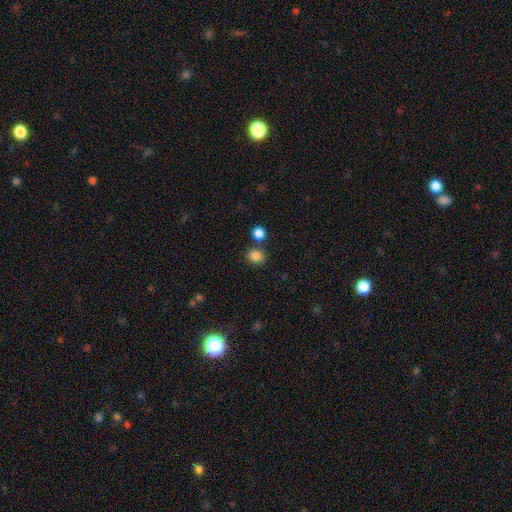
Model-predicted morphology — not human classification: This is clearly a smooth galaxy (84%). How rounded: clearly round (87%). Merging: likely none (76%).